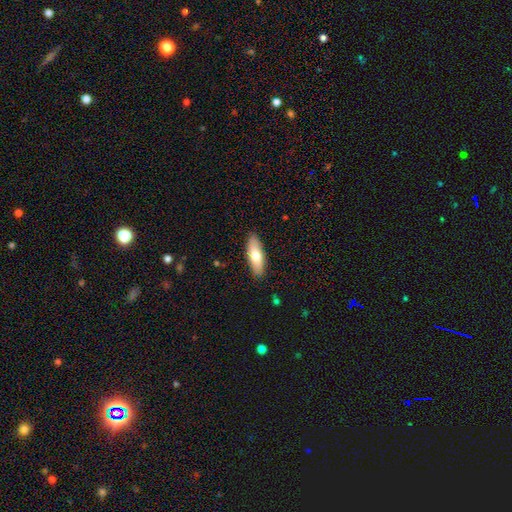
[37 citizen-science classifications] A smooth galaxy with no disk features (70%) that is in between round and cigar-shaped (62%). Merging: none (89%).